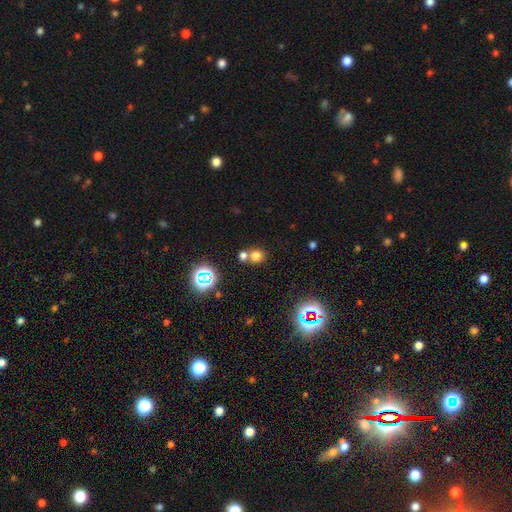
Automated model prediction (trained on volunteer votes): This appears to be a smooth galaxy with no disk features (70%) that is round (85%). Merging: none (55%).